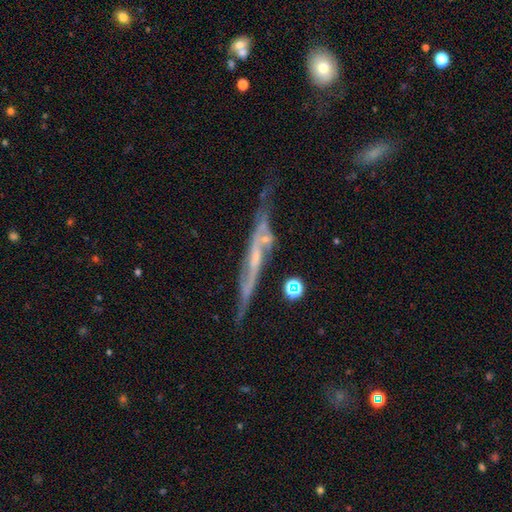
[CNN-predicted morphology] Q: Smooth or featured?
A: featured or disk (73%); runner-up: smooth (18%)
Q: Edge-on disk?
A: yes (79%); runner-up: no (21%)
Q: Edge-on bulge?
A: none (67%); runner-up: rounded (23%)
Q: Merging?
A: none (55%); runner-up: minor disturbance (26%)